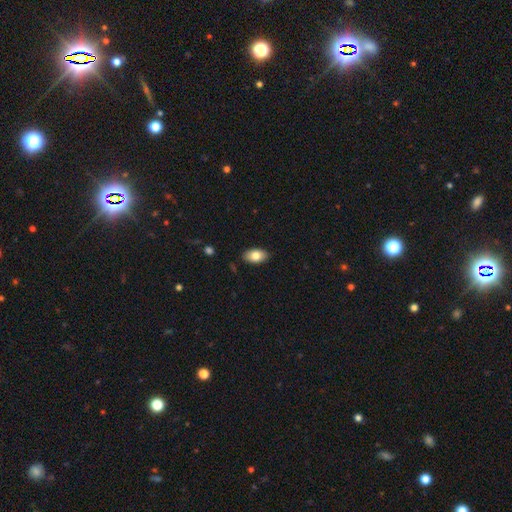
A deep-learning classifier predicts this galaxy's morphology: A smooth galaxy with no disk features (81%) that is in between round and cigar-shaped (93%).

Vote fractions:
- Smooth or featured? smooth: 81% / featured or disk: 12% / star or artifact: 7%
- How rounded? in between: 93% / round: 5% / cigar-shaped: 2%
- Merging? none: 88% / minor disturbance: 9% / major disturbance: 2% / merger: 1%